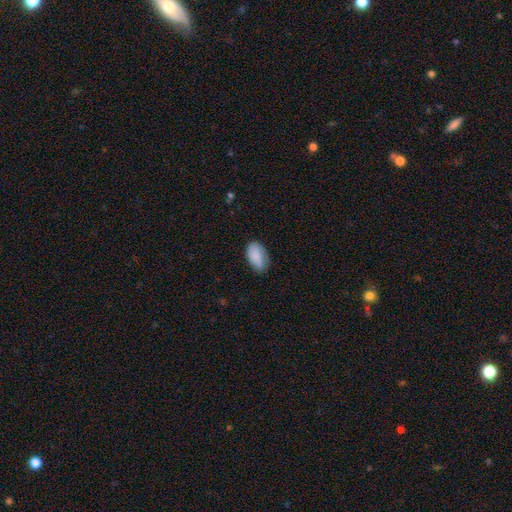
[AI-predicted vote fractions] Overall: smooth (85%). How rounded: in between (93%). Merging: none (68%).